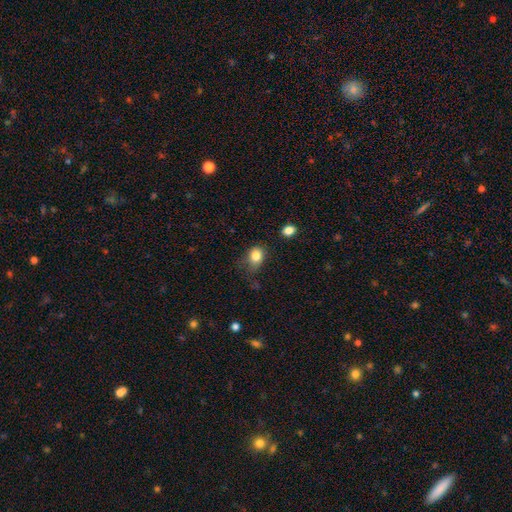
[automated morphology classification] Q: Smooth or featured?
A: smooth (82%); runner-up: star or artifact (10%)
Q: How rounded?
A: in between (50%); runner-up: round (49%)
Q: Merging?
A: none (55%); runner-up: minor disturbance (31%)